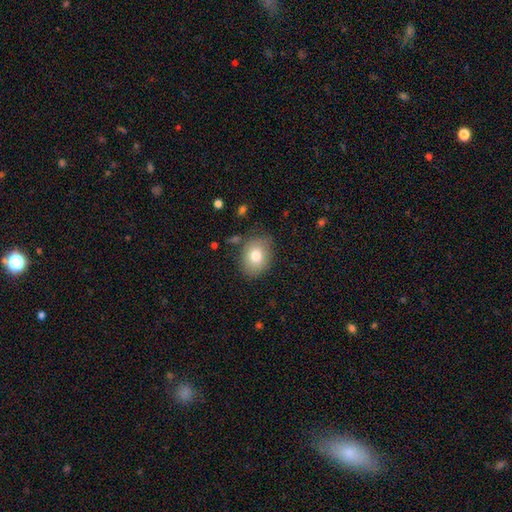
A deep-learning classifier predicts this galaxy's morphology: A smooth galaxy with no disk features (78%) that is in between round and cigar-shaped (64%). Merging: none (78%).